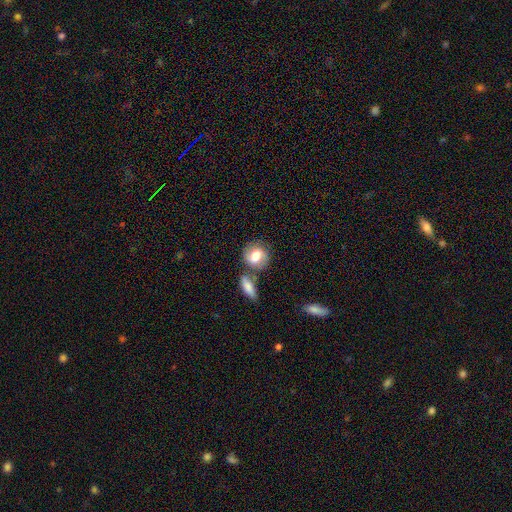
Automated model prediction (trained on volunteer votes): smooth 61%, featured or disk 32%, star or artifact 7%. Down the decision tree: how rounded — round (64%); merging — none (55%).